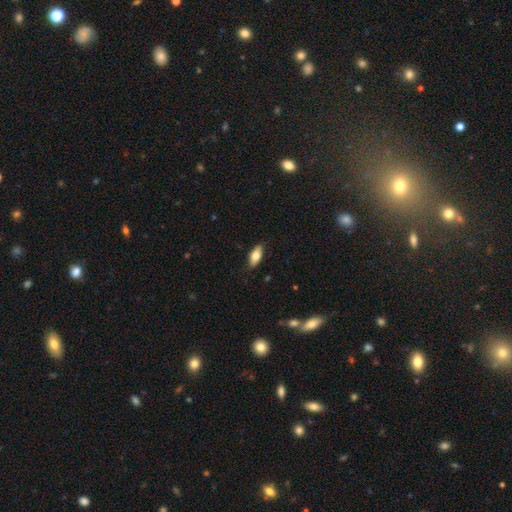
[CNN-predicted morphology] smooth 75%, featured or disk 19%, star or artifact 6%. Down the decision tree: how rounded — in between (84%); merging — none (85%).